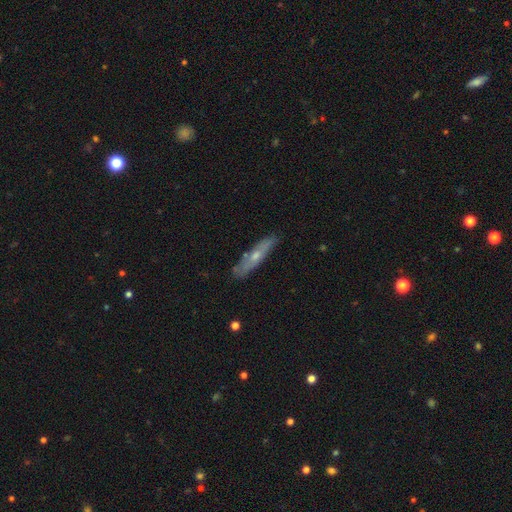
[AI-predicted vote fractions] This is possibly a featured or disk galaxy (51%). It is likely viewed edge-on (68%). Merging: clearly none (80%).